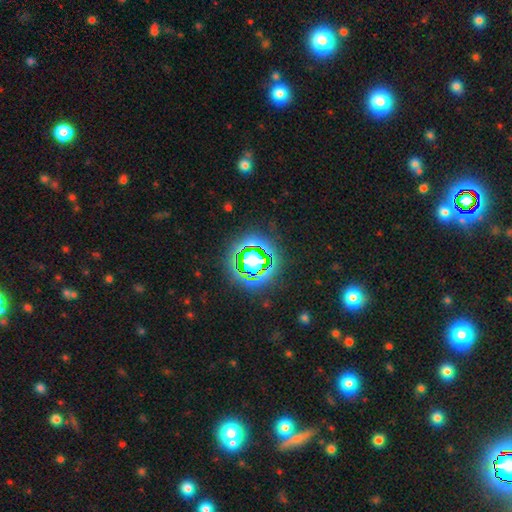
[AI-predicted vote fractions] This appears to be a star or artifact, not a galaxy (77%).